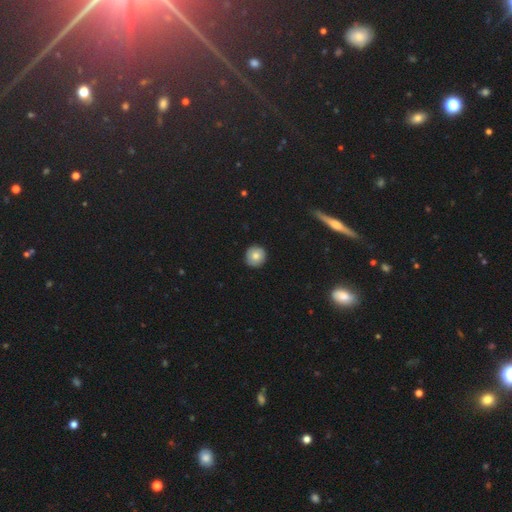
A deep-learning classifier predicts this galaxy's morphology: Smooth or featured: smooth — 78% (featured or disk — 13%)
How rounded: round — 95% (in between — 4%)
Merging: none — 91% (minor disturbance — 7%)